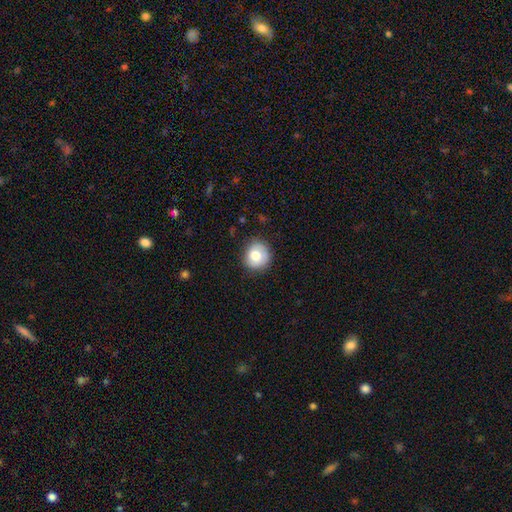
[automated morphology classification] smooth_or_featured: smooth (p=0.78) [alt: featured or disk p=0.13]
how_rounded: round (p=0.84) [alt: in between p=0.15]
merging: none (p=0.79) [alt: minor disturbance p=0.16]